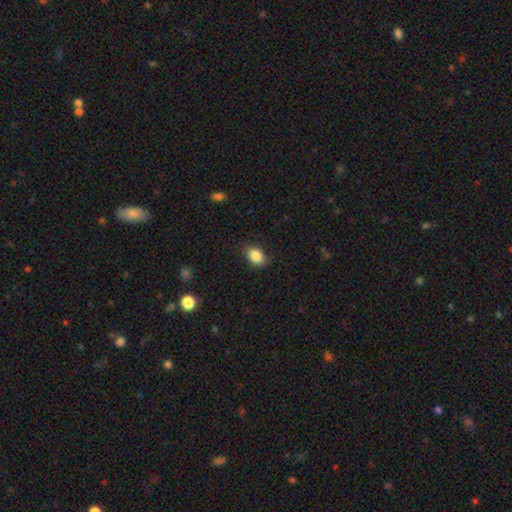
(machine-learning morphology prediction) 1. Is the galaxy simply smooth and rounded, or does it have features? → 86% smooth, 8% star or artifact, 6% featured or disk.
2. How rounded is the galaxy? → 76% in between, 22% round, 1% cigar-shaped.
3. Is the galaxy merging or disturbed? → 79% none, 17% minor disturbance, 3% major disturbance, 1% merger.